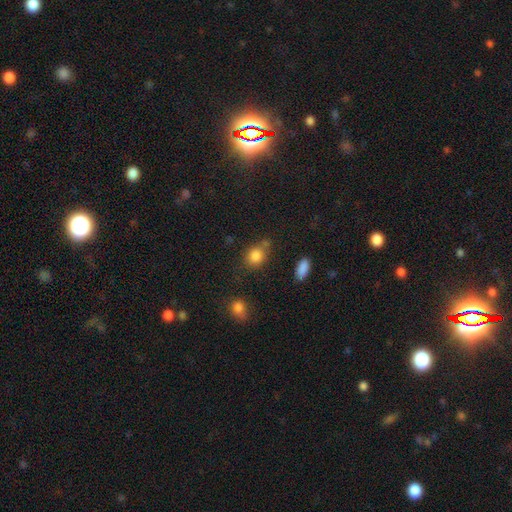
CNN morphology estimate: This appears to be a smooth galaxy with no disk features (84%) that is round (59%). Merging: none (60%).